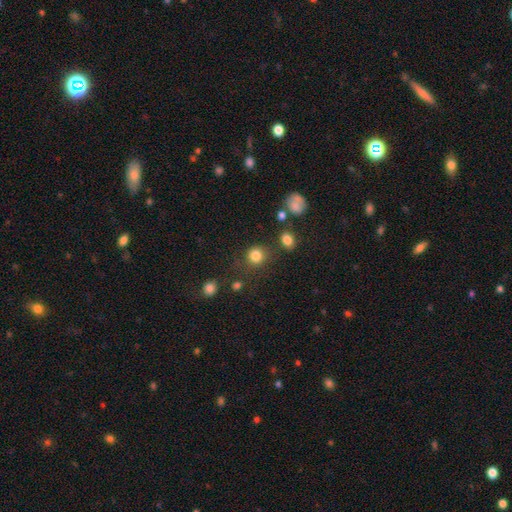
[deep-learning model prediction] This is clearly a smooth galaxy (82%). How rounded: clearly round (88%). Merging: likely none (79%).